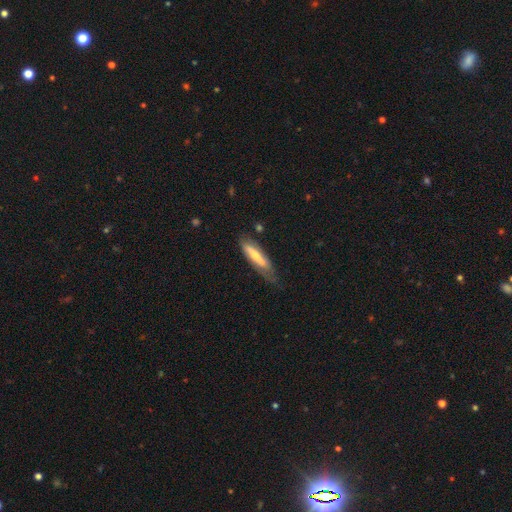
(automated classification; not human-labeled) The model was most divided on "smooth or featured": smooth: 54%, featured or disk: 40%, star or artifact: 6%. Remaining: how rounded — cigar-shaped (71%); merging — none (47%).